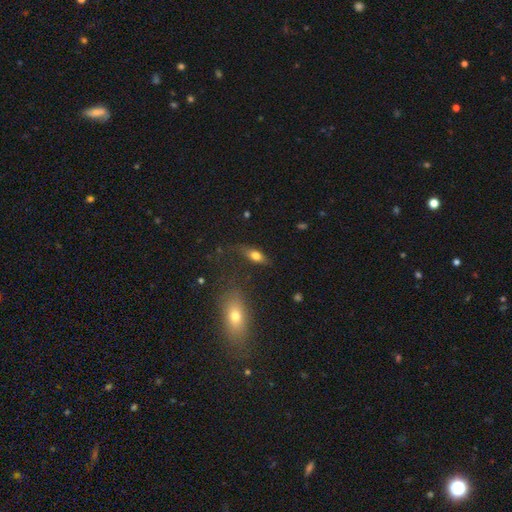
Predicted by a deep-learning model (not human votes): smooth_or_featured: smooth (p=0.67) [alt: featured or disk p=0.23]
how_rounded: in between (p=0.72) [alt: cigar-shaped p=0.20]
merging: none (p=0.69) [alt: minor disturbance p=0.19]